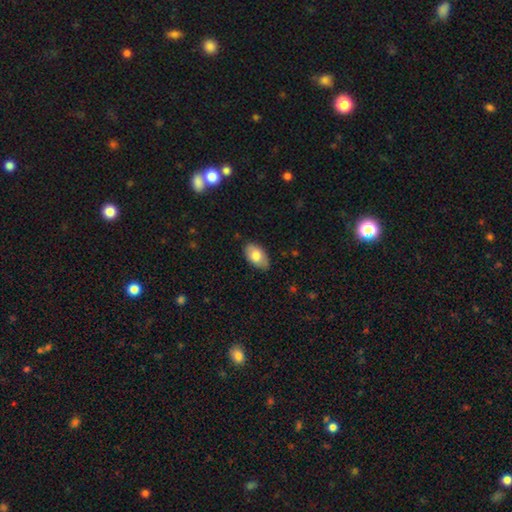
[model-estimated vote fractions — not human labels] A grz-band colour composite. It shows a smooth galaxy with no disk features (78%) that is in between round and cigar-shaped (94%). Merging: none (83%).